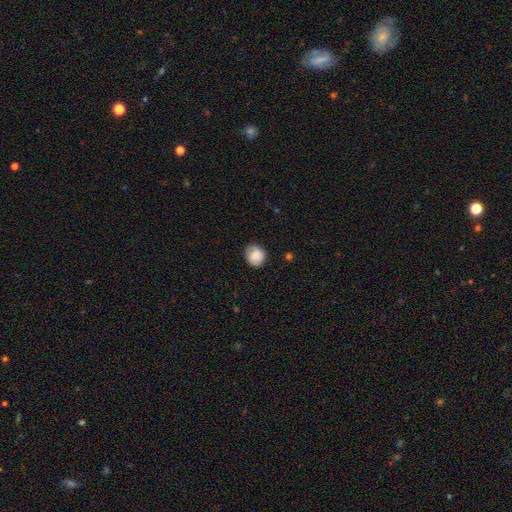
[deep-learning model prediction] A smooth galaxy with no disk features (69%) that is round (79%). Merging: none (78%).